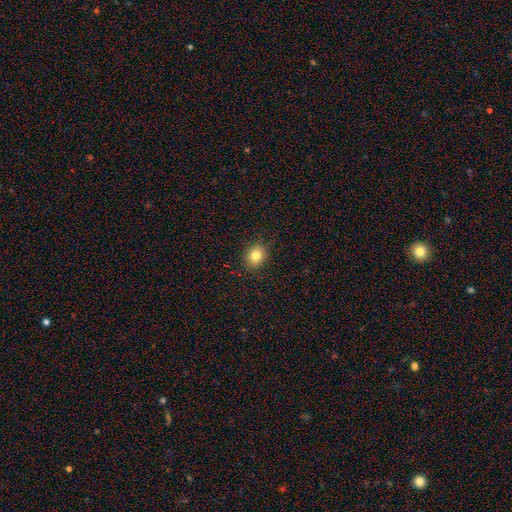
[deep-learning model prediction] This appears to be a smooth galaxy with no disk features (82%) that is round (58%). Merging: none (89%).